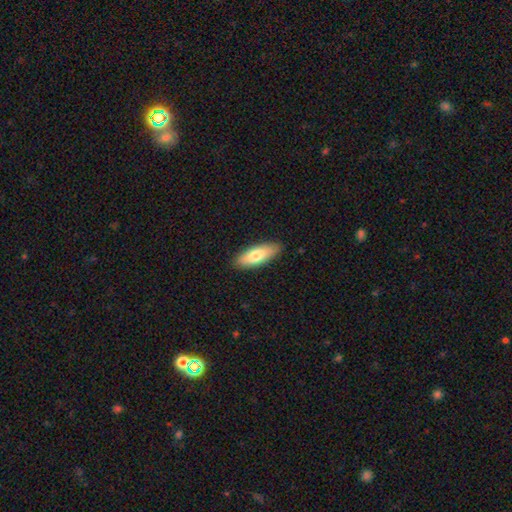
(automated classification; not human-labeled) Smooth or featured: smooth — 76% (featured or disk — 19%)
How rounded: in between — 67% (cigar-shaped — 31%)
Merging: none — 89% (minor disturbance — 9%)